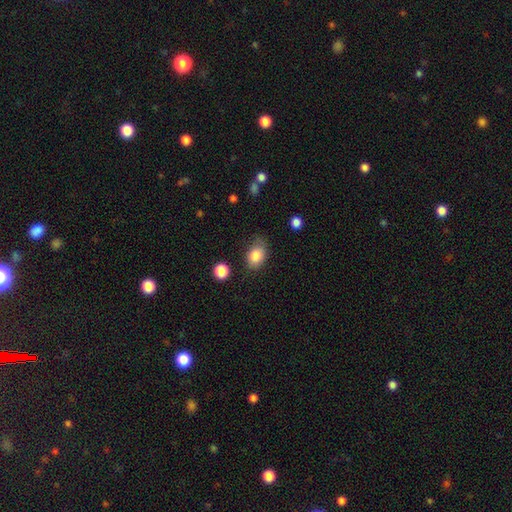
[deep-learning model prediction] A smooth galaxy with no disk features (84%) that is in between round and cigar-shaped (77%). Merging: none (67%).